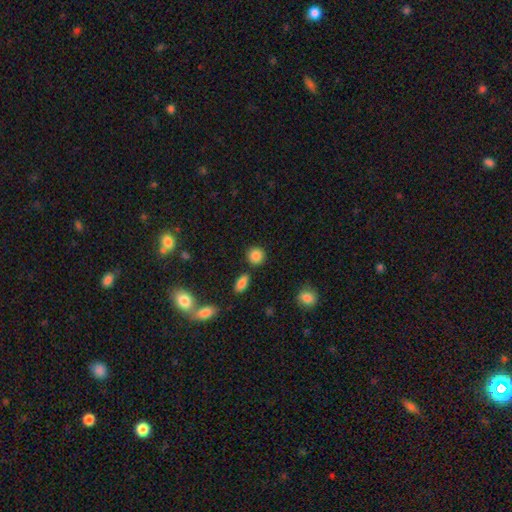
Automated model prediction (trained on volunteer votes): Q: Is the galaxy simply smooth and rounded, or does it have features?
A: smooth — 86%.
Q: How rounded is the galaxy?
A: round — 89%.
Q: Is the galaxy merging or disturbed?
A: none — 84%.